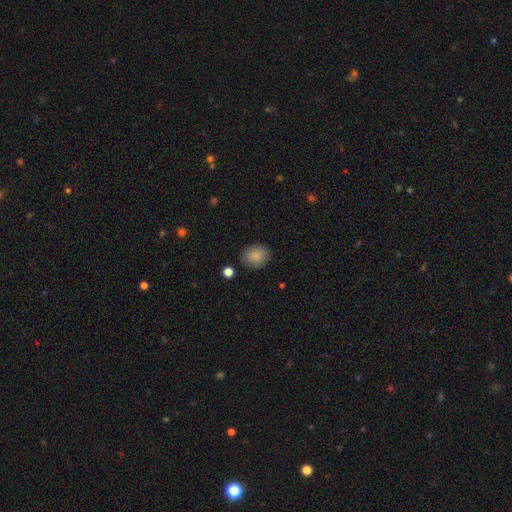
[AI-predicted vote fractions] A smooth galaxy with no disk features (86%) that is round (59%).

Vote fractions:
- Smooth or featured? smooth: 86% / star or artifact: 8% / featured or disk: 6%
- How rounded? round: 59% / in between: 40% / cigar-shaped: 1%
- Merging? none: 85% / minor disturbance: 10% / major disturbance: 3% / merger: 2%